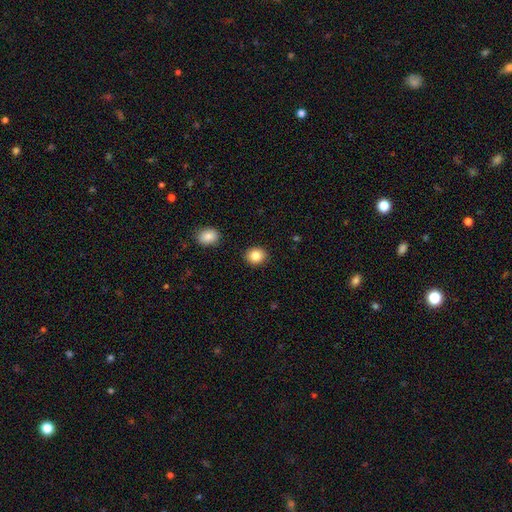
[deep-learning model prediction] Smooth or featured? smooth (84%)
How rounded? round (74%)
Merging? none (90%)